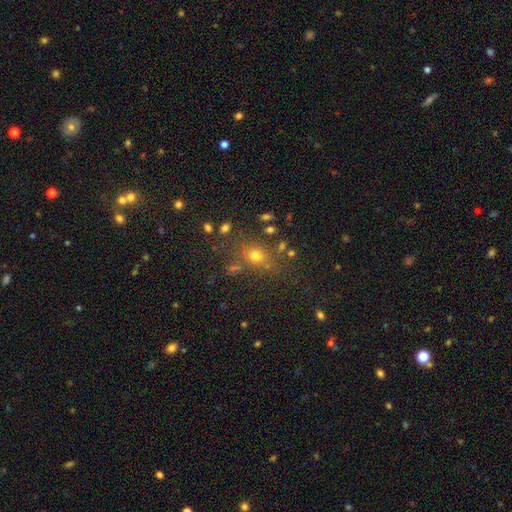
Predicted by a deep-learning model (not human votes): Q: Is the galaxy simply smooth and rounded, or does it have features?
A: smooth — 64%.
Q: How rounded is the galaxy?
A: round — 67%.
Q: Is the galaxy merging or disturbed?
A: none — 70%.